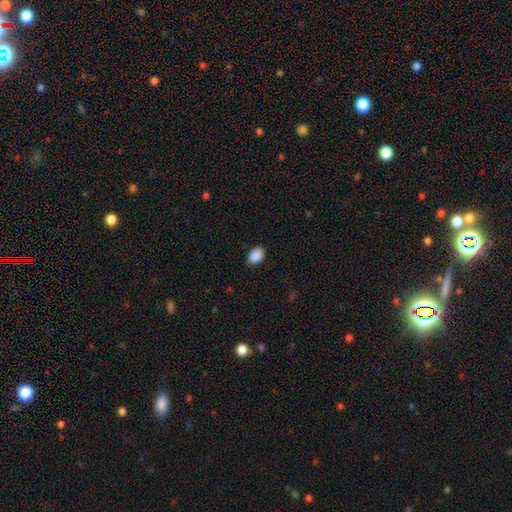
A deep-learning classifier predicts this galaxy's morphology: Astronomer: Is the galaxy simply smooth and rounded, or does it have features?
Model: smooth — 90%.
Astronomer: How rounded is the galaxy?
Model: in between — 86%.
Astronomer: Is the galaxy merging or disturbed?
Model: none — 87%.